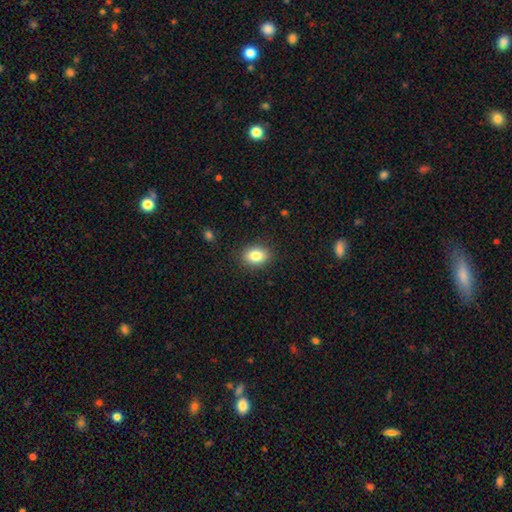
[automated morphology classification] A smooth galaxy with no disk features (83%) that is in between round and cigar-shaped (69%).

Vote fractions:
- Smooth or featured? smooth: 83% / star or artifact: 9% / featured or disk: 8%
- How rounded? in between: 69% / round: 30% / cigar-shaped: 1%
- Merging? none: 87% / minor disturbance: 9% / major disturbance: 3% / merger: 1%